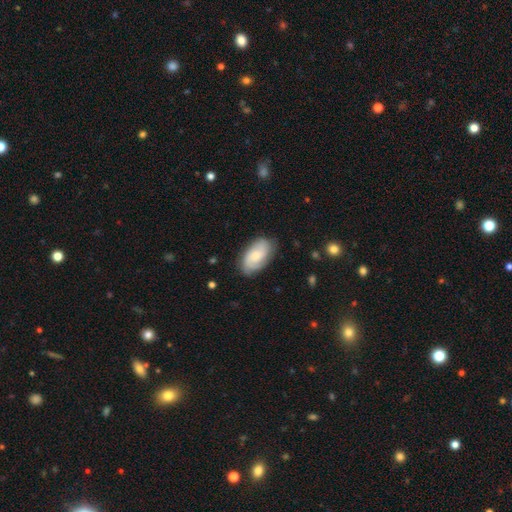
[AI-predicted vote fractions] A smooth galaxy with no disk features (51%) that is in between round and cigar-shaped (93%). Merging: none (77%).